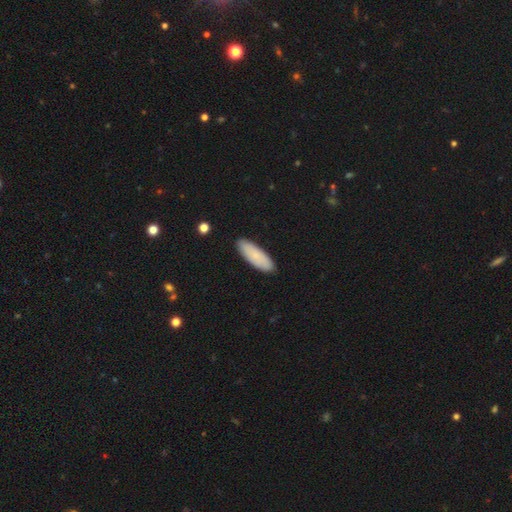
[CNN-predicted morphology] Q: Smooth or featured?
A: smooth (80%); runner-up: featured or disk (14%)
Q: How rounded?
A: in between (61%); runner-up: cigar-shaped (37%)
Q: Merging?
A: none (88%); runner-up: minor disturbance (9%)